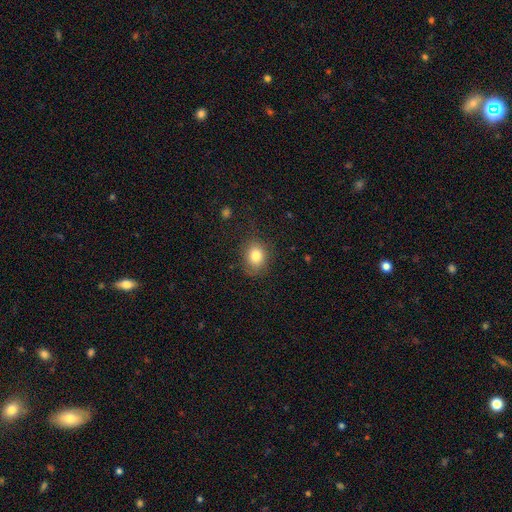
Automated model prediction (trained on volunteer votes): Smooth or featured? smooth (81%)
How rounded? round (53%)
Merging? none (77%)